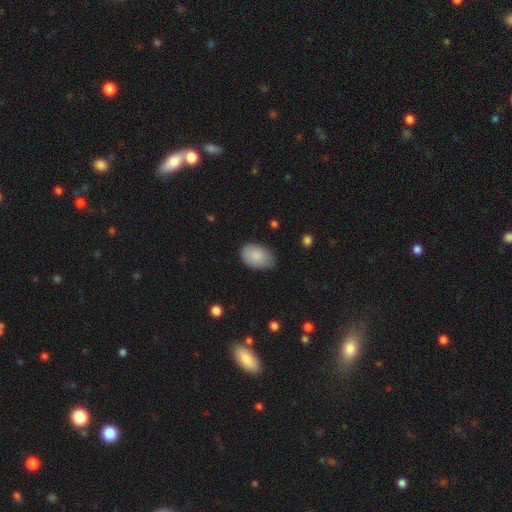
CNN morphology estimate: Smooth or featured: smooth — 88% (star or artifact — 6%)
How rounded: in between — 90% (round — 9%)
Merging: none — 71% (minor disturbance — 23%)